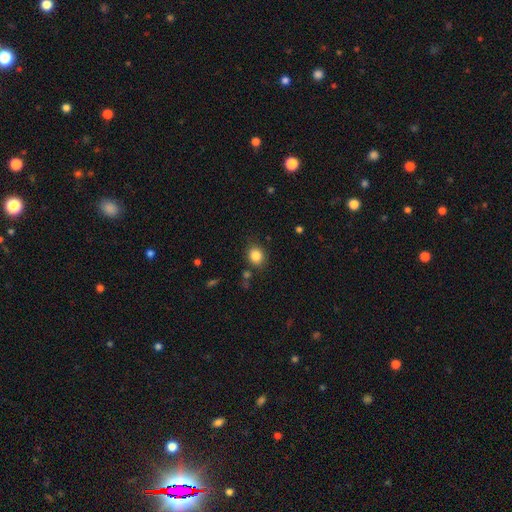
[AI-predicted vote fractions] smooth-or-featured: smooth: 85% | star or artifact: 10% | featured or disk: 5%
  how-rounded: round: 62% | in between: 38% | cigar-shaped: 1%
  merging: none: 83% | minor disturbance: 11% | major disturbance: 3% | merger: 3%